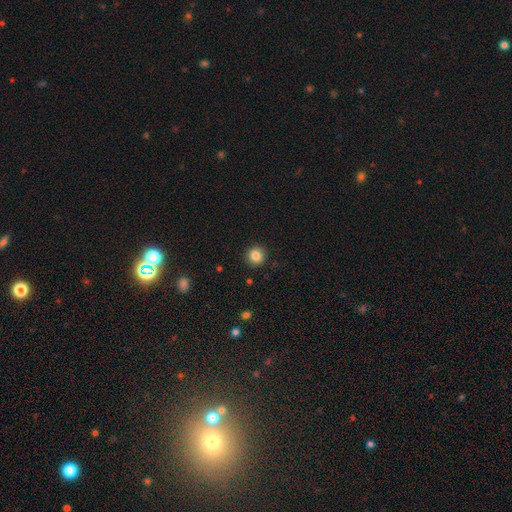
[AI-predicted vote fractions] Smooth or featured: smooth — 85% (star or artifact — 10%)
How rounded: round — 88% (in between — 11%)
Merging: none — 90% (minor disturbance — 6%)